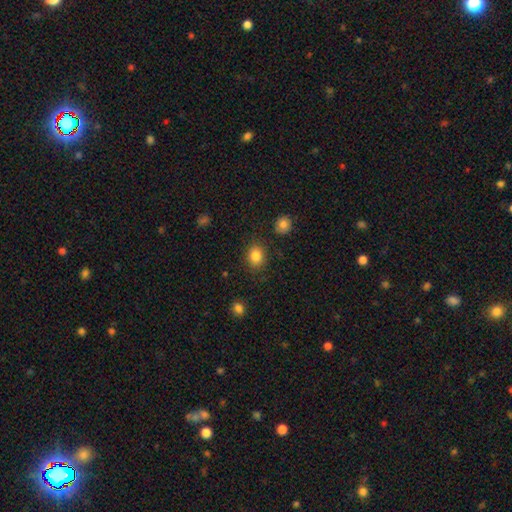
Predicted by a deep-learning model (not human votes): Smooth or featured: smooth — 85% (star or artifact — 10%)
How rounded: round — 50% (in between — 49%)
Merging: none — 83% (minor disturbance — 11%)